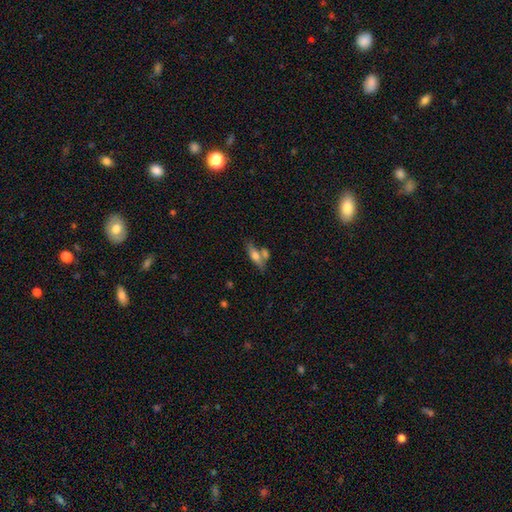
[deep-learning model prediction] Morphology: type=featured or disk (46%); merging=none (63%).